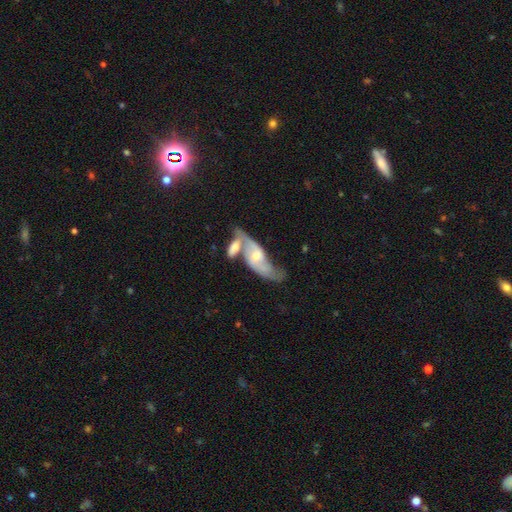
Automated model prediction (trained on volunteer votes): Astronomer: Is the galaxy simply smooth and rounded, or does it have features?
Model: featured or disk — 79%.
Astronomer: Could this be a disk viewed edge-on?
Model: no — 88%.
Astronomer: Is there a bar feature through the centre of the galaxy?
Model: no — 49% (runner-up: weak, 39%).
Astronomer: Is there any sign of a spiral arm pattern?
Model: yes — 92%.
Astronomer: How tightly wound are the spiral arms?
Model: loose — 54% (runner-up: medium, 33%).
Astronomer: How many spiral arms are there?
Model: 2 — 86%.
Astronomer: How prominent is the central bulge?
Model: moderate — 46% (runner-up: small, 45%).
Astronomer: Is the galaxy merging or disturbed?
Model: merger — 53%.